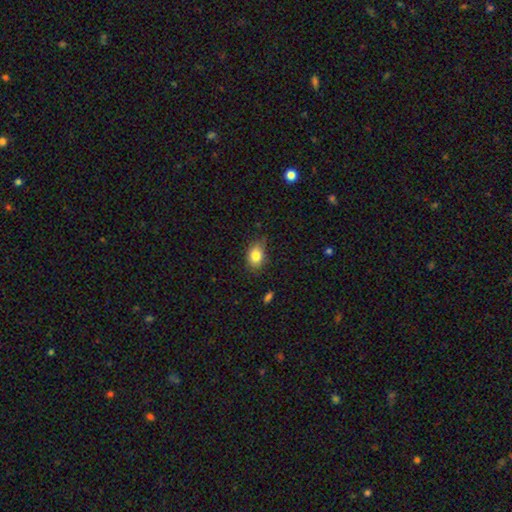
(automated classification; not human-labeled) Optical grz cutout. It shows a smooth galaxy with no disk features (81%) that is in between round and cigar-shaped (73%). Merging: none (68%).